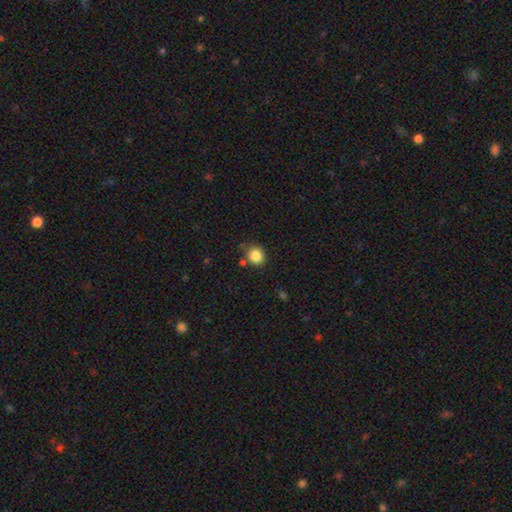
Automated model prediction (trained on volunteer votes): Overall: smooth (85%). How rounded: round (82%). Merging: none (82%).